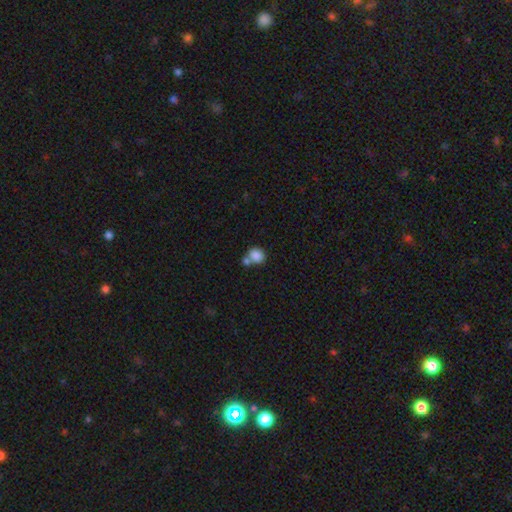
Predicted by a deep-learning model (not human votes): Q: Smooth or featured?
A: smooth (85%); runner-up: star or artifact (9%)
Q: How rounded?
A: round (66%); runner-up: in between (33%)
Q: Merging?
A: none (45%); runner-up: merger (41%)